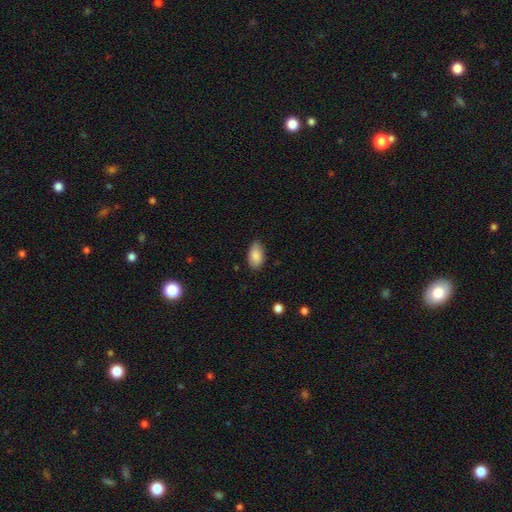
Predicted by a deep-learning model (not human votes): Smooth or featured? smooth (87%)
How rounded? in between (93%)
Merging? none (78%)